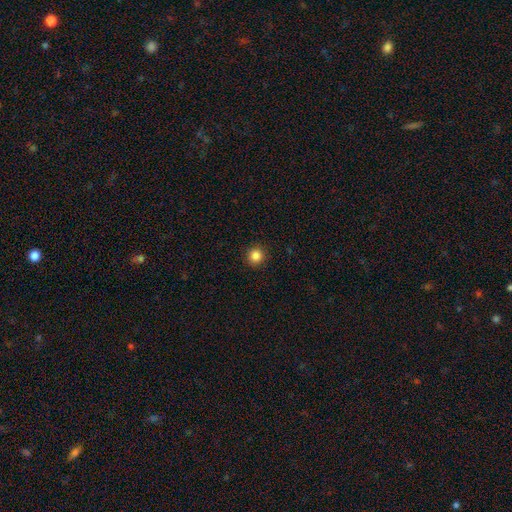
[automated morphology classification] smooth-or-featured: smooth: 85% | star or artifact: 11% | featured or disk: 4%
  how-rounded: round: 94% | in between: 5% | cigar-shaped: 1%
  merging: none: 93% | minor disturbance: 5% | major disturbance: 2% | merger: 1%